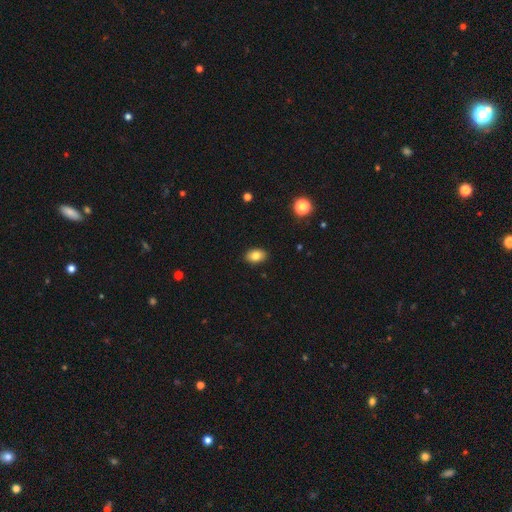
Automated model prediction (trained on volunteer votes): Morphology: type=smooth (81%); roundness=in between (84%); merging=none (89%).